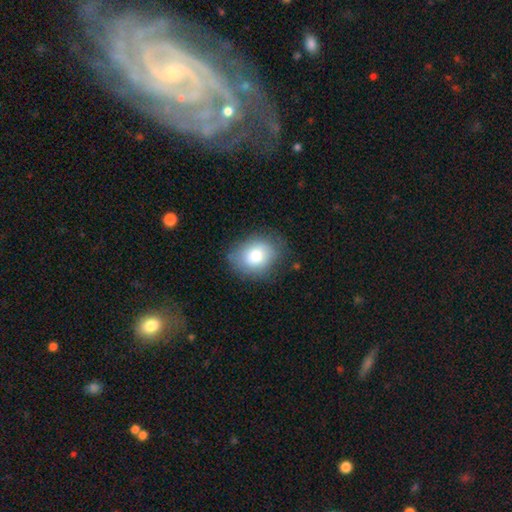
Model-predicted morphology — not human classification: type=smooth (78%); roundness=in between (56%); merging=none (74%).